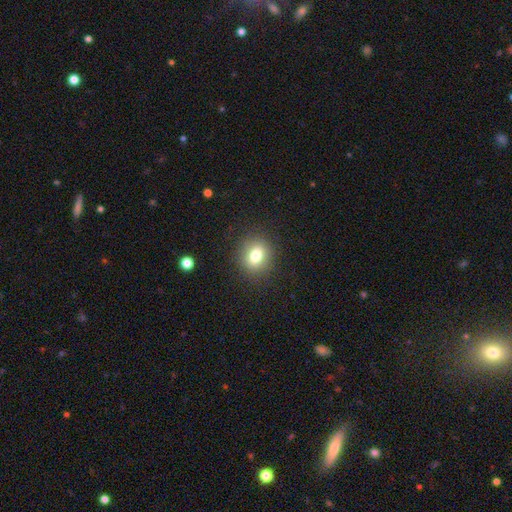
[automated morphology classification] type=smooth (78%); roundness=round (65%); merging=none (88%).